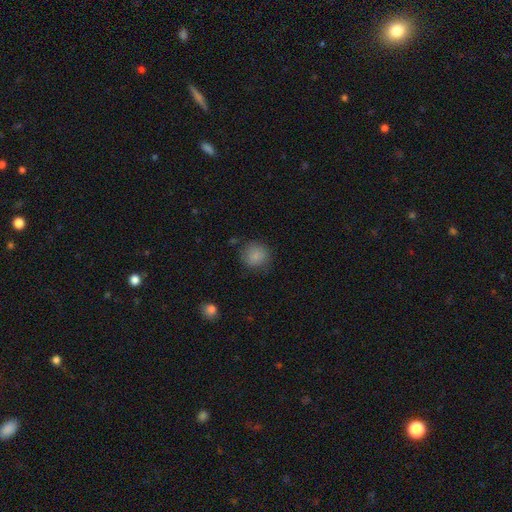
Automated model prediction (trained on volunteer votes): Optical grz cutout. It shows a smooth galaxy with no disk features (84%) that is round (88%). Merging: none (79%).